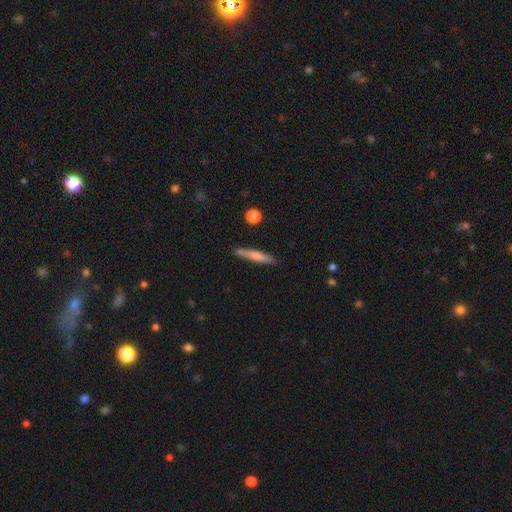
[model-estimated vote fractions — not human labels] Smooth or featured: smooth — 65% (featured or disk — 29%)
How rounded: cigar-shaped — 93% (in between — 6%)
Merging: none — 86% (minor disturbance — 10%)